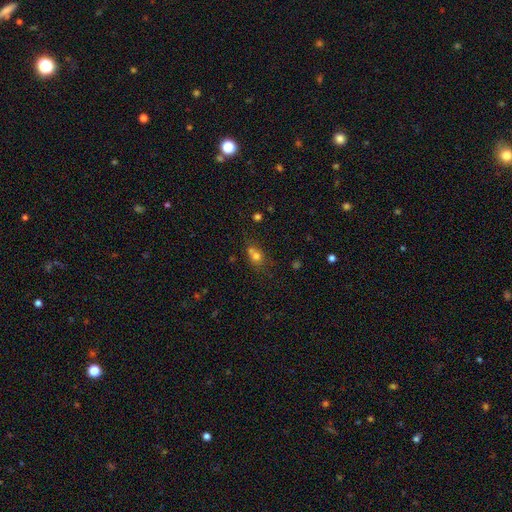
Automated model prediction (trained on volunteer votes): smooth_or_featured: smooth (p=0.71) [alt: star or artifact p=0.16]
how_rounded: round (p=0.63) [alt: in between p=0.35]
merging: merger (p=0.45) [alt: none p=0.38]